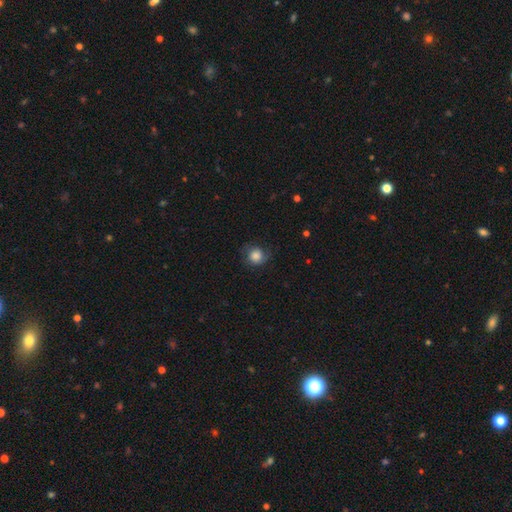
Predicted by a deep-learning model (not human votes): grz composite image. It shows a smooth galaxy with no disk features (78%) that is round (83%). Merging: none (70%).